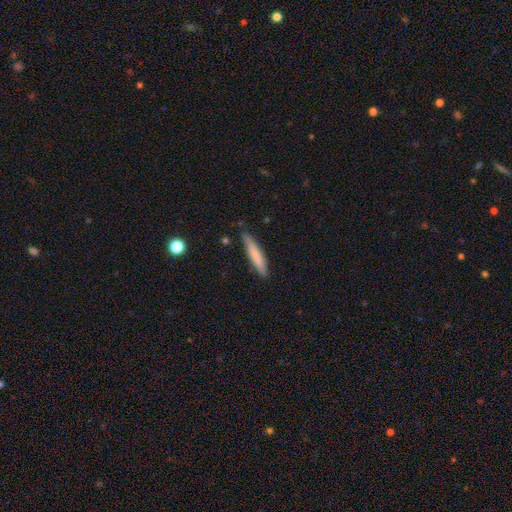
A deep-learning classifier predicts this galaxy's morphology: smooth 75%, featured or disk 20%, star or artifact 6%. Down the decision tree: how rounded — cigar-shaped (89%); merging — none (78%).